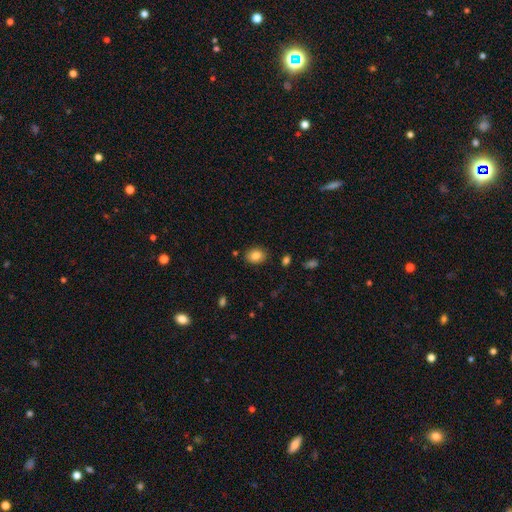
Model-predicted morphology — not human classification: Smooth or featured? smooth (84%)
How rounded? in between (62%)
Merging? none (84%)